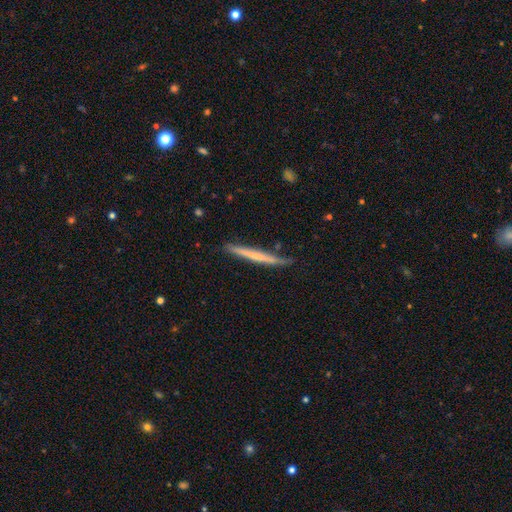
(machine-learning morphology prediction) Smooth or featured: smooth — 47% (tied with featured or disk — 47%)
Merging: none — 81% (minor disturbance — 15%)